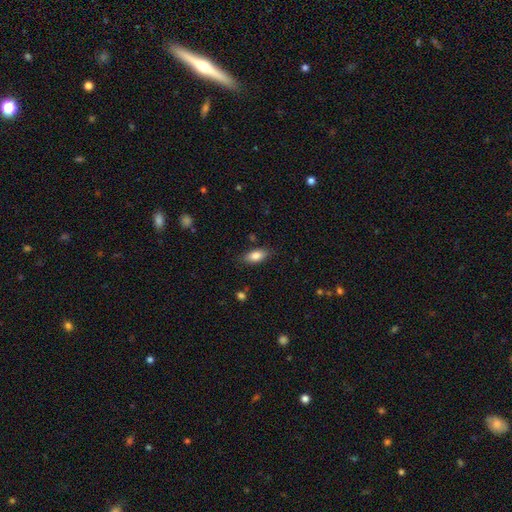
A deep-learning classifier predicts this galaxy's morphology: Q: Smooth or featured?
A: smooth (83%); runner-up: featured or disk (9%)
Q: How rounded?
A: in between (87%); runner-up: cigar-shaped (10%)
Q: Merging?
A: none (84%); runner-up: minor disturbance (12%)